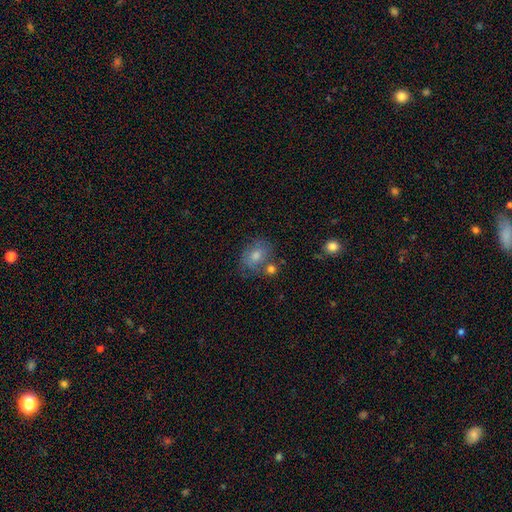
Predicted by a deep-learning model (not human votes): A smooth galaxy with no disk features (58%) that is in between round and cigar-shaped (52%).

Vote fractions:
- Smooth or featured? smooth: 58% / featured or disk: 25% / star or artifact: 17%
- How rounded? in between: 52% / round: 47% / cigar-shaped: 1%
- Merging? none: 66% / minor disturbance: 17% / merger: 12% / major disturbance: 6%